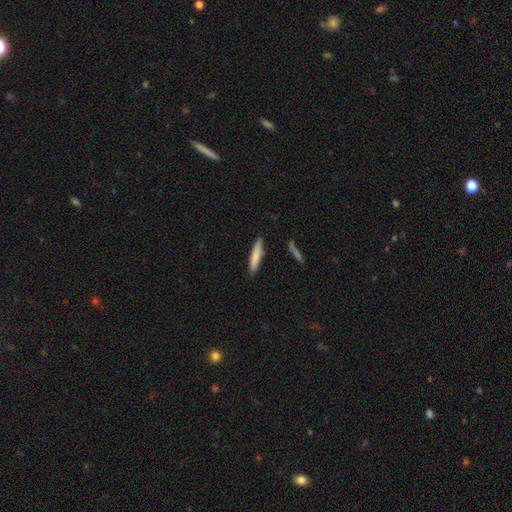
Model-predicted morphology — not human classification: This is likely a smooth galaxy (80%). How rounded: clearly cigar-shaped (88%). Merging: clearly none (87%).